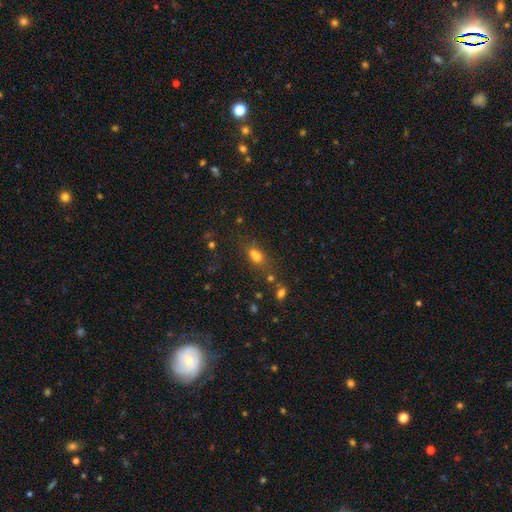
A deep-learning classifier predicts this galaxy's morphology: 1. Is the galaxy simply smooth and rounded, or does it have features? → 58% smooth, 27% star or artifact, 14% featured or disk.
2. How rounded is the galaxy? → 51% in between, 41% round, 7% cigar-shaped.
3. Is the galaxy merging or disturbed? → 47% none, 36% merger, 12% minor disturbance, 6% major disturbance.